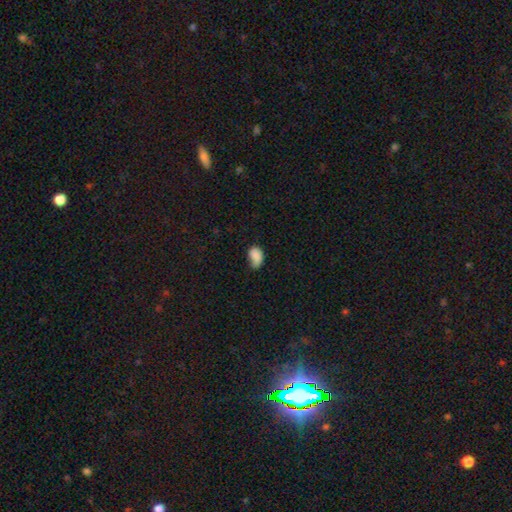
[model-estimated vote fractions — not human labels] A smooth galaxy with no disk features (82%) that is in between round and cigar-shaped (86%).

Vote fractions:
- Smooth or featured? smooth: 82% / featured or disk: 10% / star or artifact: 8%
- How rounded? in between: 86% / round: 13% / cigar-shaped: 1%
- Merging? minor disturbance: 39% / none: 38% / major disturbance: 19% / merger: 4%